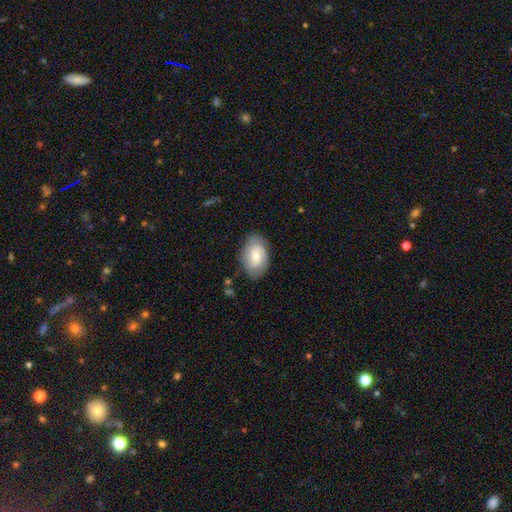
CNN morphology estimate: Smooth or featured?
  - smooth: 50% *
  - featured or disk: 44%
  - star or artifact: 6%
Merging?
  - none: 79% *
  - minor disturbance: 16%
  - major disturbance: 4%
  - merger: 1%